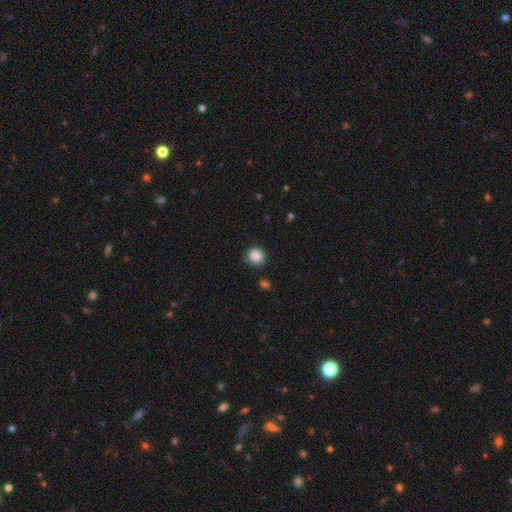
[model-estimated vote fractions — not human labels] smooth_or_featured: smooth (p=0.87) [alt: star or artifact p=0.10]
how_rounded: round (p=0.92) [alt: in between p=0.07]
merging: none (p=0.83) [alt: minor disturbance p=0.12]